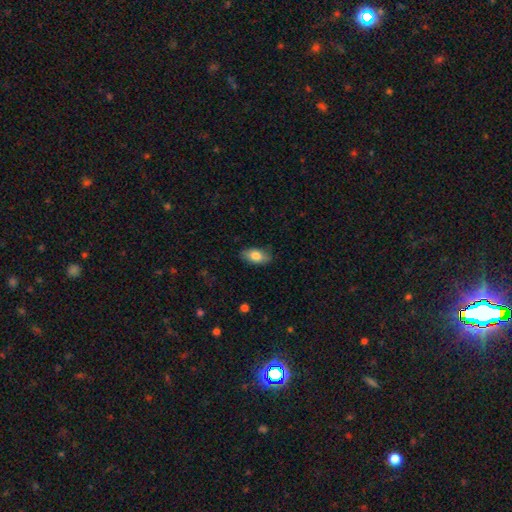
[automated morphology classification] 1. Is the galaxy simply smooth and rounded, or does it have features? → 80% smooth, 13% featured or disk, 7% star or artifact.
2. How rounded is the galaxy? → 92% in between, 4% cigar-shaped, 4% round.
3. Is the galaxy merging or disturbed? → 83% none, 13% minor disturbance, 3% major disturbance, 1% merger.